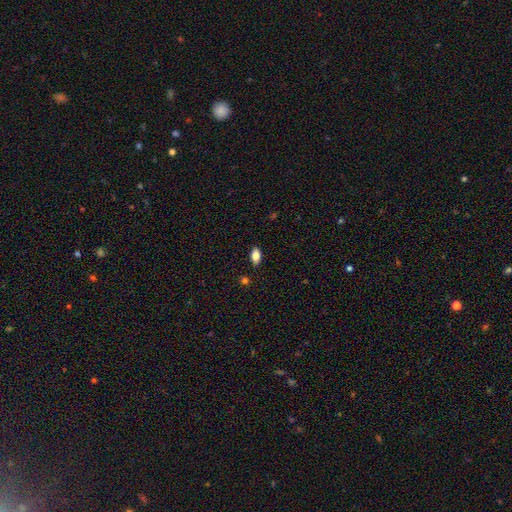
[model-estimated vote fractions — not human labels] The model was most divided on "smooth or featured": smooth: 82%, featured or disk: 10%, star or artifact: 8%. More confident: how rounded — in between (91%); merging — none (87%).